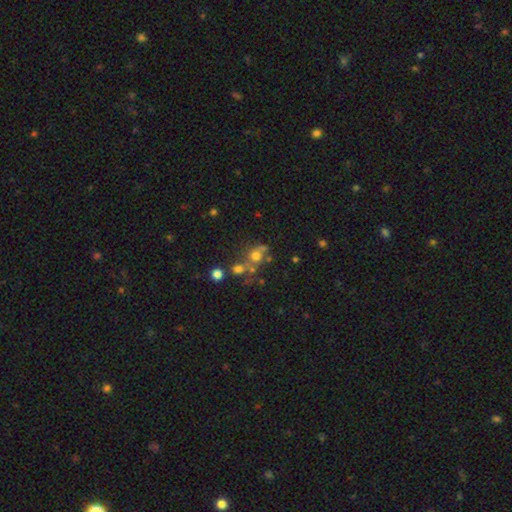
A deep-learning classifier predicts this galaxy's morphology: This appears to be a smooth galaxy with no disk features (59%) that is round (77%). Merging: none (43%).